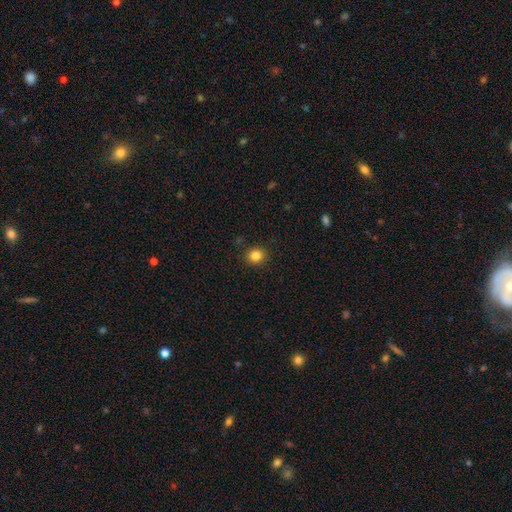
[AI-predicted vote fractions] Morphology: type=smooth (84%); roundness=round (86%); merging=none (90%).